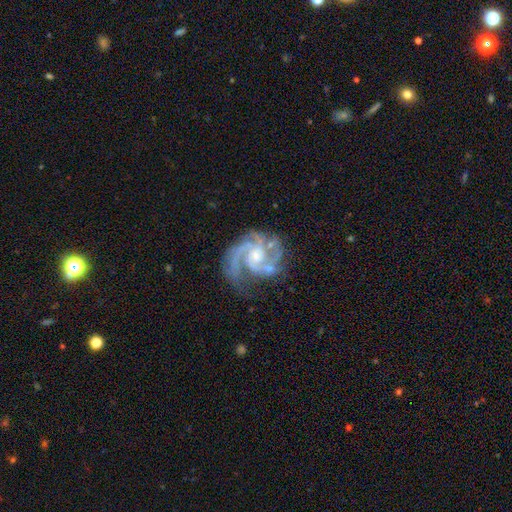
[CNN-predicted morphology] Overall: featured or disk (93%). Edge-on disk: no (98%). Bar: no (58%; weak 33%). Spiral arms: yes (99%). Spiral arm count: 3 (50%; 2 25%). Spiral winding: tight (50%; medium 45%). Bulge size: small (47%; moderate 43%). Merging: none (67%).